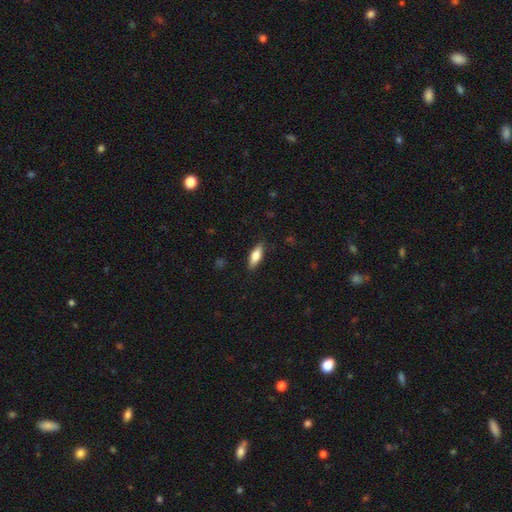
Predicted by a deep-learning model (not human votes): This appears to be a smooth galaxy with no disk features (74%) that is in between round and cigar-shaped (65%). Merging: none (87%).